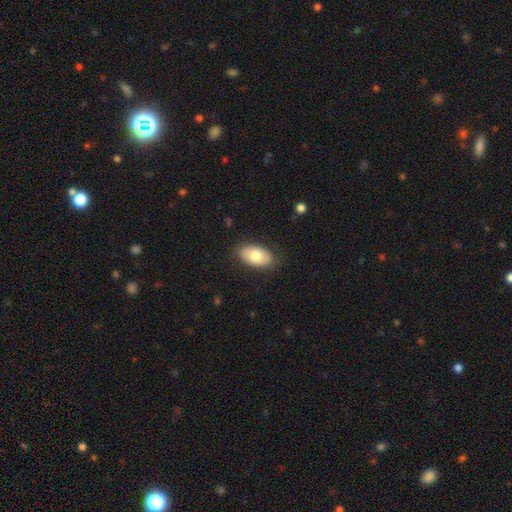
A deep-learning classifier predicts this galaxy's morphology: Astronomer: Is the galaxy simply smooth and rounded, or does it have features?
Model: smooth — 76%.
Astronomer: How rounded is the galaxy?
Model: in between — 94%.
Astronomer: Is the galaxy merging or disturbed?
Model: none — 85%.